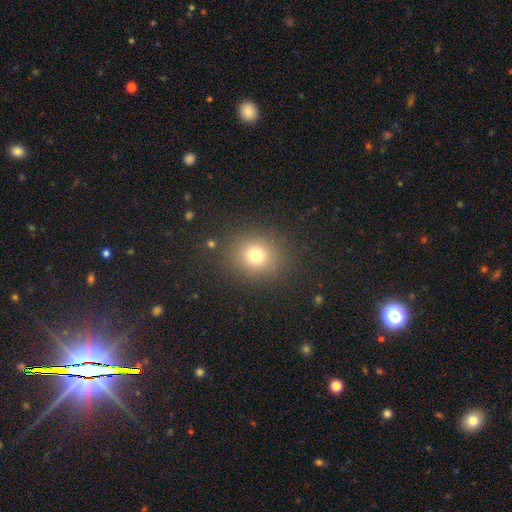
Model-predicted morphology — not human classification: smooth-or-featured: smooth: 75% | star or artifact: 17% | featured or disk: 8%
  how-rounded: round: 81% | in between: 18% | cigar-shaped: 1%
  merging: none: 86% | minor disturbance: 8% | major disturbance: 4% | merger: 2%